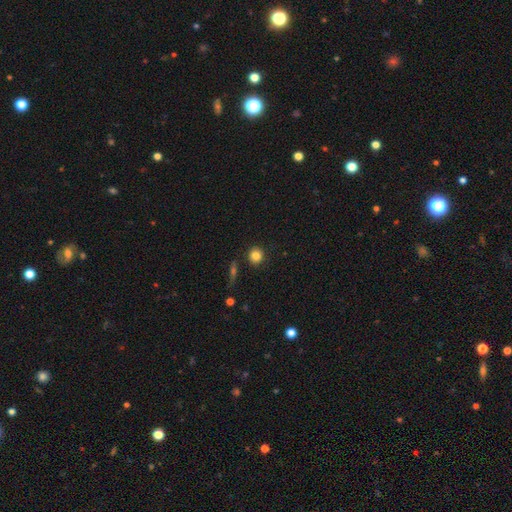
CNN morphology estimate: This is clearly a smooth galaxy (83%). How rounded: clearly round (90%). Merging: clearly none (87%).